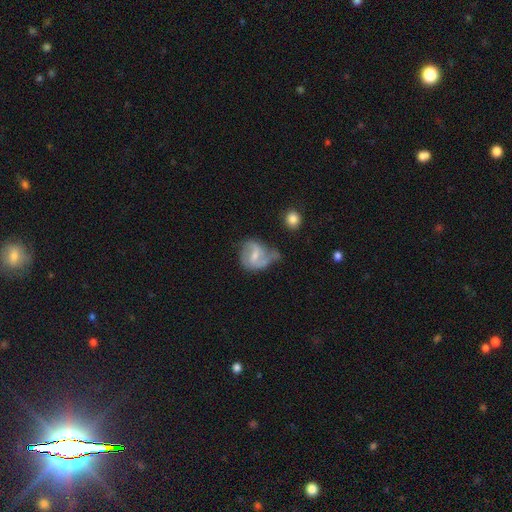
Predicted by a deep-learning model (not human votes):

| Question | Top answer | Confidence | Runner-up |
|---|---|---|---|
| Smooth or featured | featured or disk | 62% | smooth (31%) |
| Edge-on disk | no | 97% | yes (3%) |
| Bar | weak | 54% | no (23%) |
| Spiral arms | yes | 77% | no (23%) |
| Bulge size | small | 46% | moderate (42%) |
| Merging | none | 32% | minor disturbance (30%) |